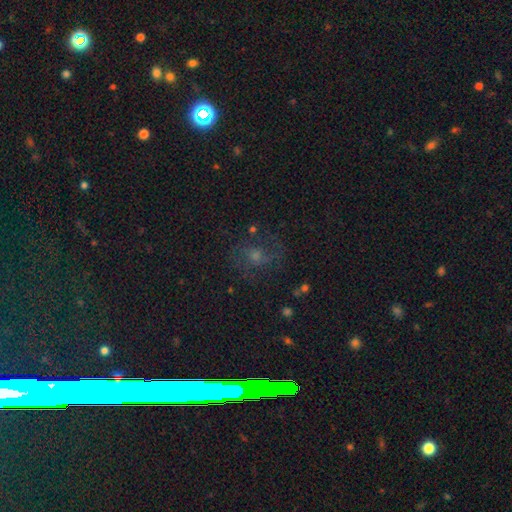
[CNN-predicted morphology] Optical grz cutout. It shows a star or artifact, not a galaxy (48%).